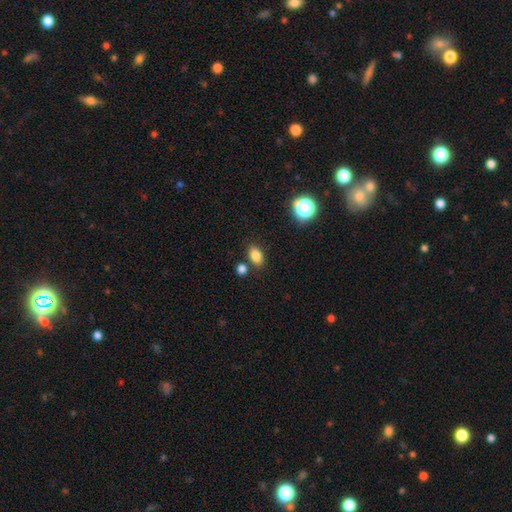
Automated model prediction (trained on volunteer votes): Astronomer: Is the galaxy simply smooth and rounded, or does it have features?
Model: smooth — 83%.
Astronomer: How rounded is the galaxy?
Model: in between — 83%.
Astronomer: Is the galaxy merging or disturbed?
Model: none — 76%.